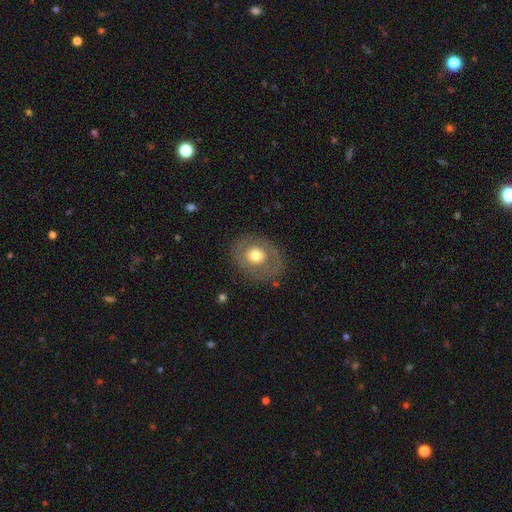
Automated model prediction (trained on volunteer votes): Q: Smooth or featured?
A: smooth (52%); runner-up: featured or disk (40%)
Q: How rounded?
A: round (57%); runner-up: in between (42%)
Q: Merging?
A: none (76%); runner-up: minor disturbance (14%)